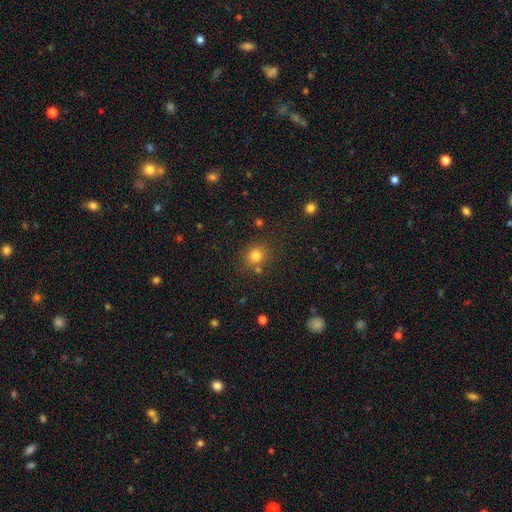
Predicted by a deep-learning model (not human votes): smooth-or-featured: smooth: 80% | star or artifact: 14% | featured or disk: 6%
  how-rounded: round: 81% | in between: 18% | cigar-shaped: 1%
  merging: none: 76% | minor disturbance: 11% | merger: 9% | major disturbance: 4%